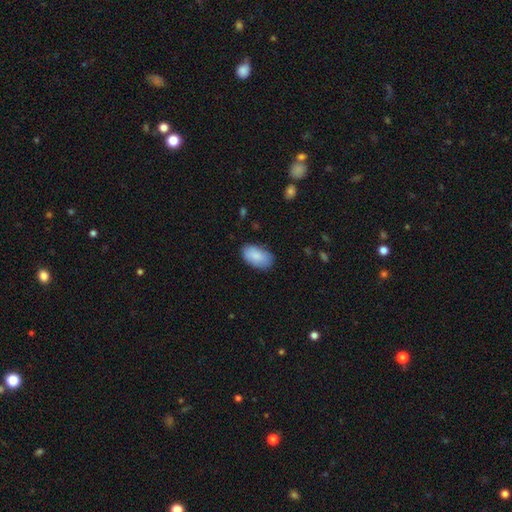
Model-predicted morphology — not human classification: This is clearly a smooth galaxy (88%). How rounded: clearly in between (95%). Merging: likely none (80%).